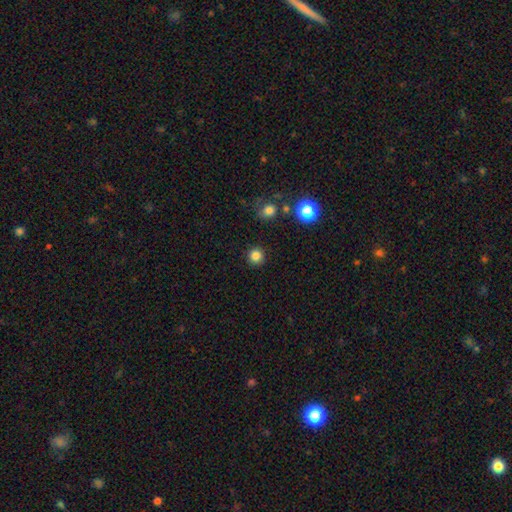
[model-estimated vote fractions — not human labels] This appears to be a smooth galaxy with no disk features (83%) that is round (94%). Merging: none (91%).